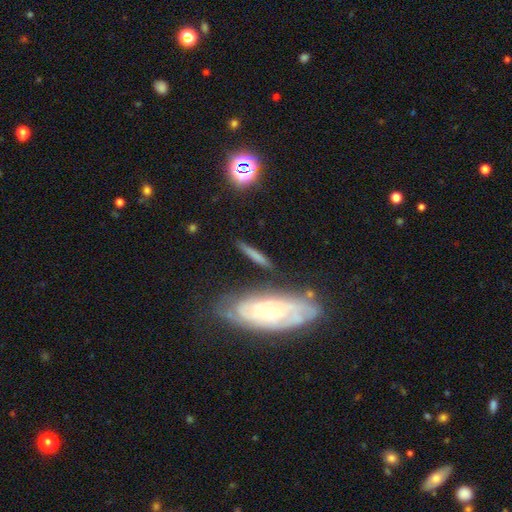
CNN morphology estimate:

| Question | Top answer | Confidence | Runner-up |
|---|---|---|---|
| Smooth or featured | smooth | 51% | featured or disk (40%) |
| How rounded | cigar-shaped | 79% | in between (16%) |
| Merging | none | 75% | minor disturbance (15%) |